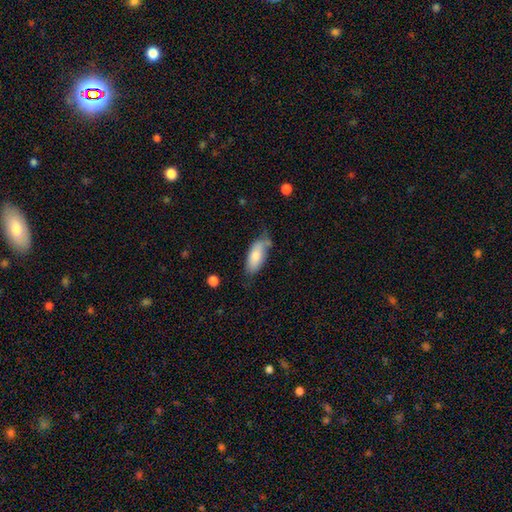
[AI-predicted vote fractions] This appears to be a smooth galaxy with no disk features (78%) that is in between round and cigar-shaped (84%). Merging: none (58%).